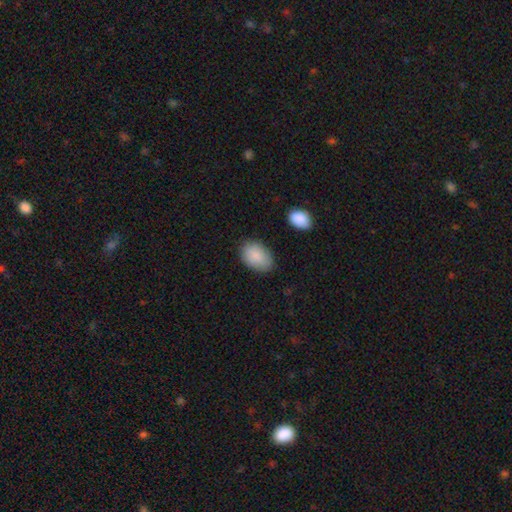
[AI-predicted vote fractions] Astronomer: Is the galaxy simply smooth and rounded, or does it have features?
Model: smooth — 88%.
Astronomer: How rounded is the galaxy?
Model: in between — 89%.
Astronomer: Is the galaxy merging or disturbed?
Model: none — 81%.